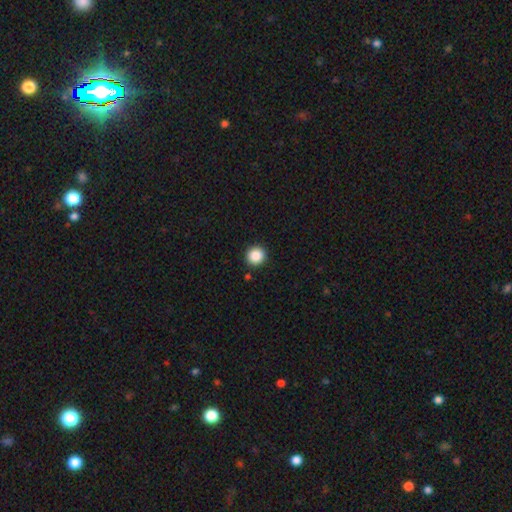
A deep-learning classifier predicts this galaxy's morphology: A smooth galaxy with no disk features (87%) that is round (94%). Merging: none (92%).